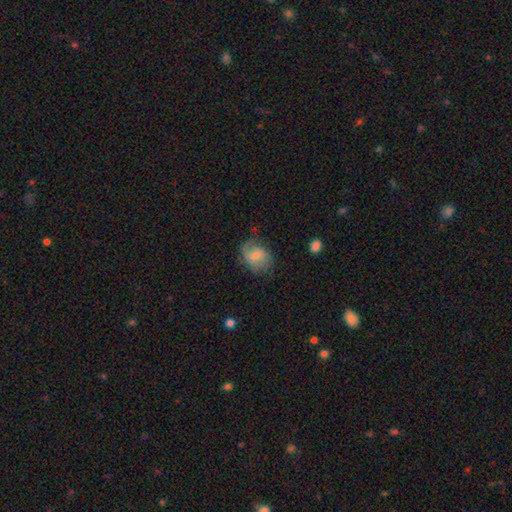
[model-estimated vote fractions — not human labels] smooth-or-featured: smooth: 48% | featured or disk: 45% | star or artifact: 8%
  merging: none: 52% | minor disturbance: 28% | major disturbance: 18% | merger: 2%